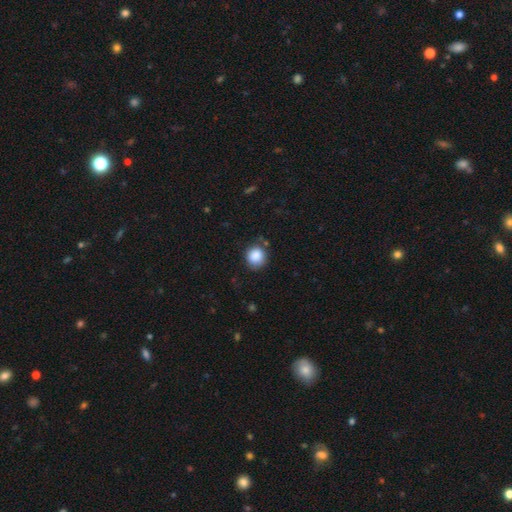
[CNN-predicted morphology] smooth 87%, star or artifact 9%, featured or disk 4%. Down the decision tree: how rounded — round (88%); merging — none (78%).